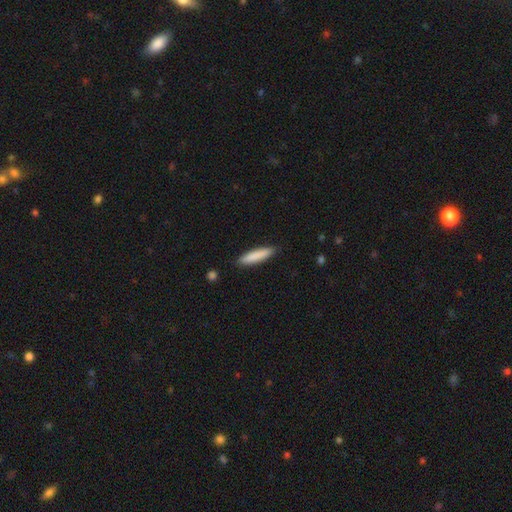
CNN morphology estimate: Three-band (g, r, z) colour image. It shows a smooth galaxy with no disk features (85%) that is cigar-shaped (82%). Merging: none (88%).